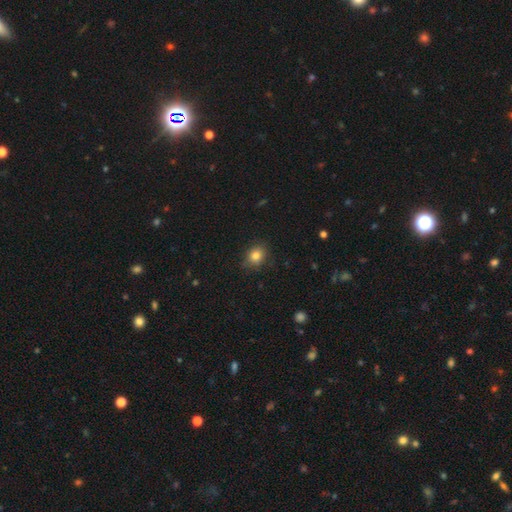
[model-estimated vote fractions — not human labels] Smooth or featured? smooth (83%)
How rounded? round (62%)
Merging? none (83%)